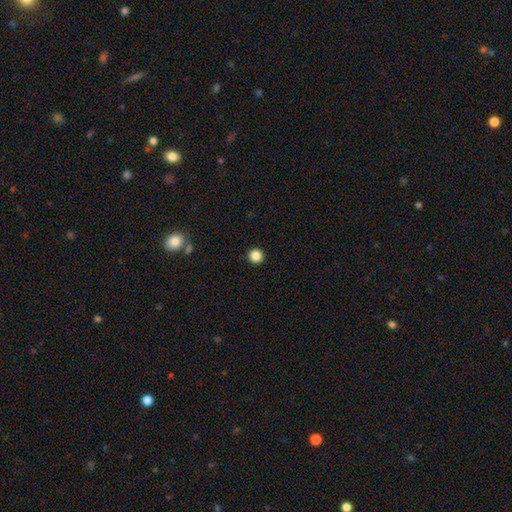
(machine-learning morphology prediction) The model was most divided on "smooth or featured": smooth: 86%, star or artifact: 11%, featured or disk: 3%. More confident: how rounded — round (96%); merging — none (94%).